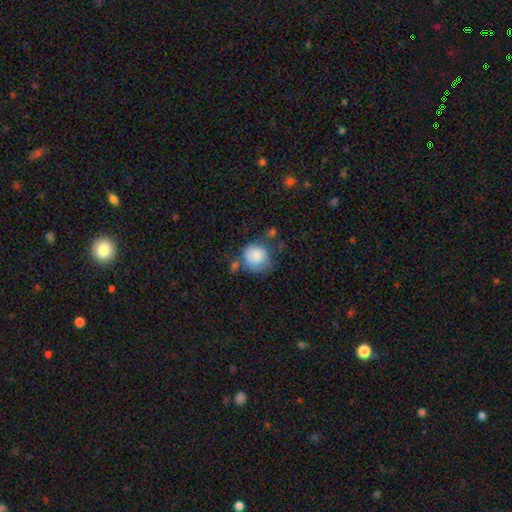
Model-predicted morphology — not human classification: Smooth or featured?
  - smooth: 82% *
  - featured or disk: 11%
  - star or artifact: 7%
How rounded?
  - round: 84% *
  - in between: 15%
  - cigar-shaped: 1%
Merging?
  - none: 49% *
  - minor disturbance: 26%
  - merger: 12%
  - major disturbance: 12%